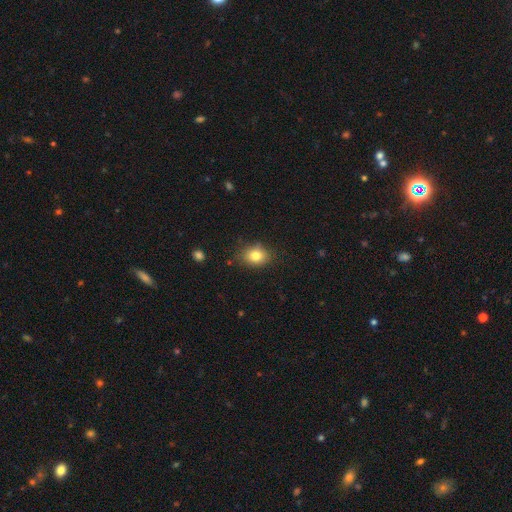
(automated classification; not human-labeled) The model was most divided on "how rounded": in between: 58%, round: 41%, cigar-shaped: 1%. More confident: smooth or featured — smooth (82%); merging — none (81%).